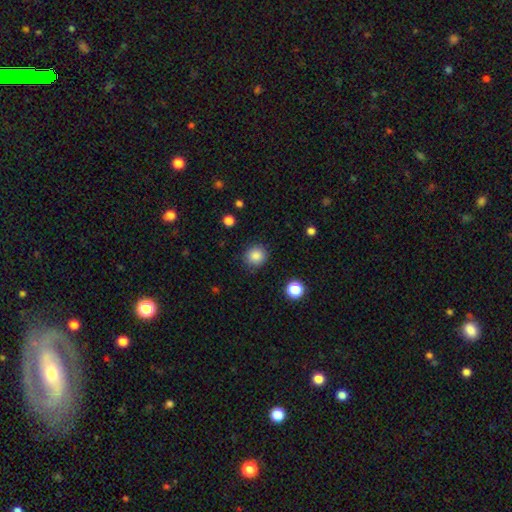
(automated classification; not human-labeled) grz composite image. It shows a smooth galaxy with no disk features (86%) that is round (88%). Merging: none (88%).